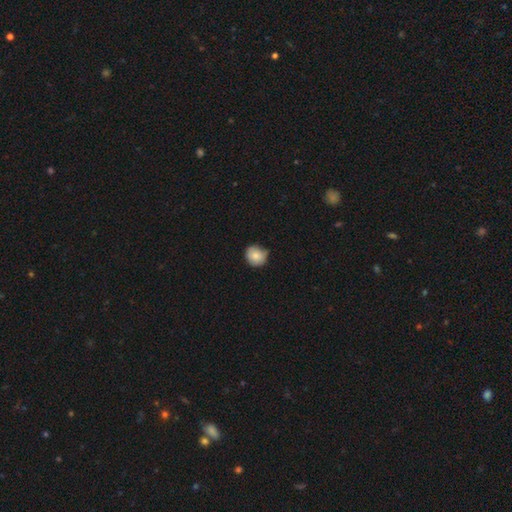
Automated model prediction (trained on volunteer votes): A smooth galaxy with no disk features (82%) that is round (84%).

Vote fractions:
- Smooth or featured? smooth: 82% / featured or disk: 10% / star or artifact: 8%
- How rounded? round: 84% / in between: 15% / cigar-shaped: 1%
- Merging? none: 67% / minor disturbance: 28% / major disturbance: 4% / merger: 2%